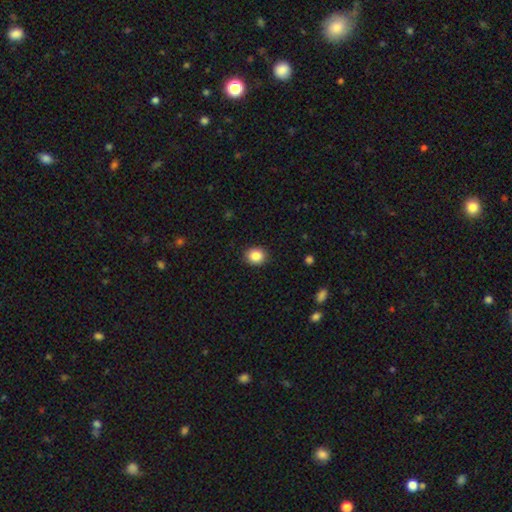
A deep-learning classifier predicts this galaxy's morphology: Smooth or featured: smooth — 86% (star or artifact — 9%)
How rounded: round — 69% (in between — 30%)
Merging: none — 91% (minor disturbance — 7%)